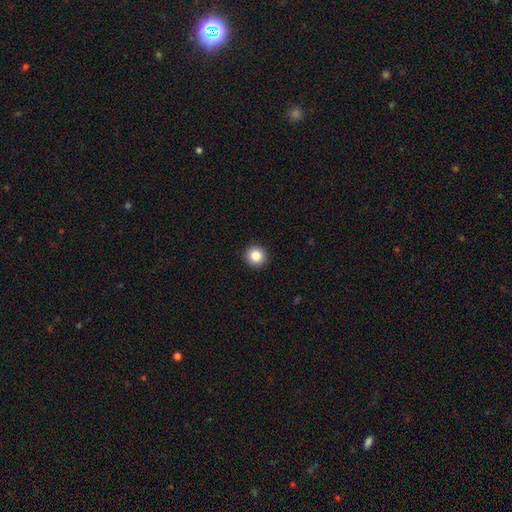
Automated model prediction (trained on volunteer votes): This is clearly a smooth galaxy (86%). How rounded: clearly round (95%). Merging: clearly none (93%).